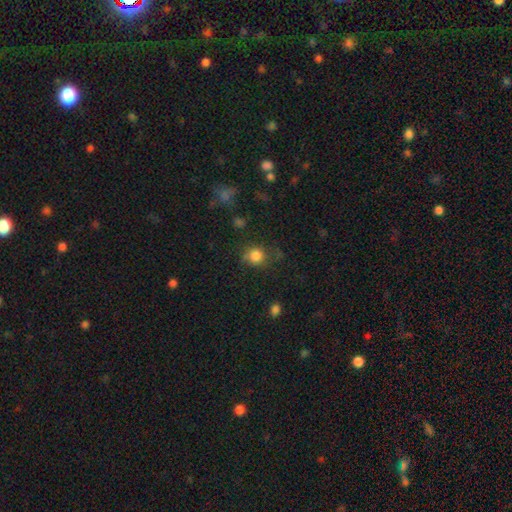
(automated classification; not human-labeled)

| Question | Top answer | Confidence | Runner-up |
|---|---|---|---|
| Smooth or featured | smooth | 82% | star or artifact (12%) |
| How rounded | round | 84% | in between (15%) |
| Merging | none | 69% | minor disturbance (19%) |